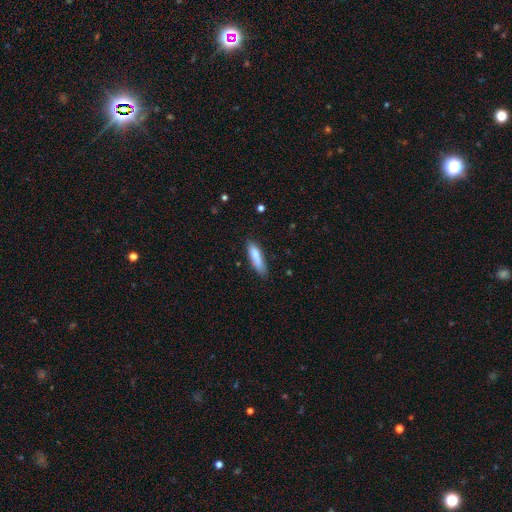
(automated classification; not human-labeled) This is clearly a smooth galaxy (81%). How rounded: likely cigar-shaped (69%). Merging: likely none (72%).